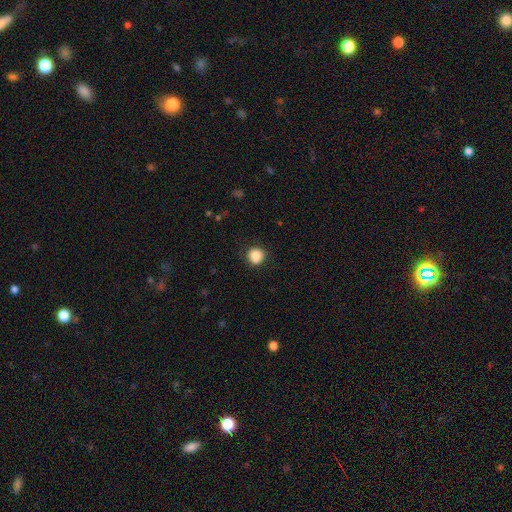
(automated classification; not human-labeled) Smooth or featured?
  - smooth: 85% *
  - star or artifact: 10%
  - featured or disk: 5%
How rounded?
  - round: 89% *
  - in between: 10%
  - cigar-shaped: 1%
Merging?
  - none: 83% *
  - minor disturbance: 13%
  - major disturbance: 3%
  - merger: 1%